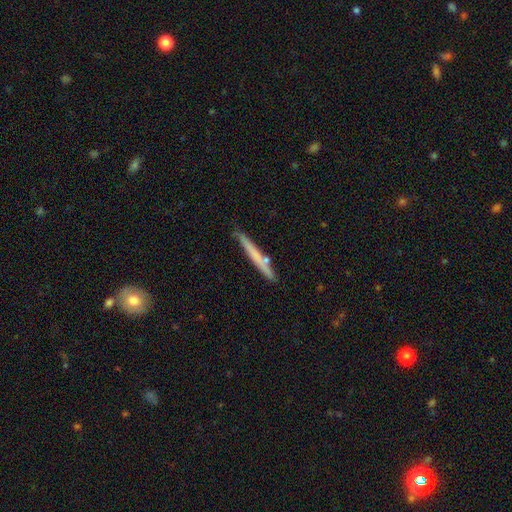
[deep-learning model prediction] Smooth or featured? Predicted: smooth (p=0.56). How rounded? Predicted: cigar-shaped (p=0.97). Merging? Predicted: none (p=0.81).